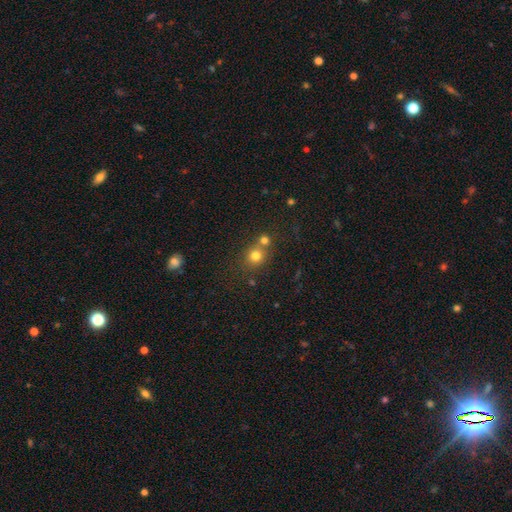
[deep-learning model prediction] smooth_or_featured: smooth (p=0.75) [alt: star or artifact p=0.15]
how_rounded: round (p=0.82) [alt: in between p=0.17]
merging: none (p=0.53) [alt: merger p=0.36]